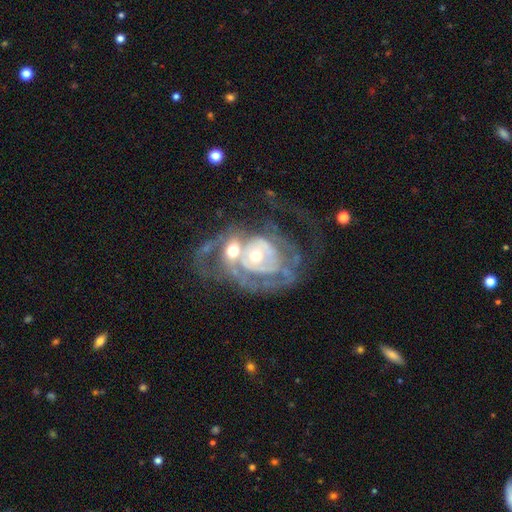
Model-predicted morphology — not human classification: Overall: featured or disk (81%). Edge-on disk: no (97%). Bar: no (76%). Spiral arms: yes (77%). Spiral arm count: can't tell (45%; 2 26%). Spiral winding: tight (57%; medium 28%). Bulge size: moderate (55%; small 36%). Merging: merger (55%; major disturbance 21%).